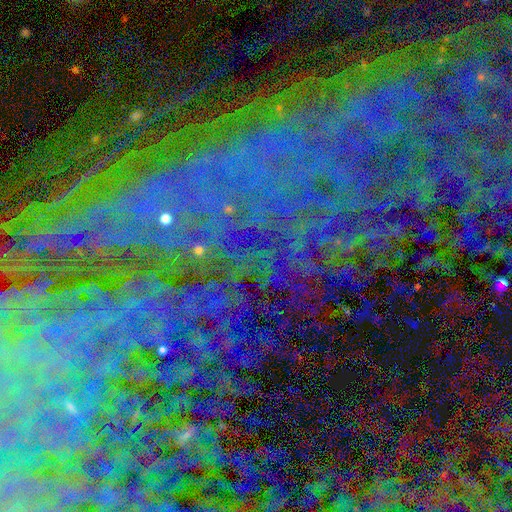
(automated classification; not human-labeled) A star or artifact, not a galaxy (78%).